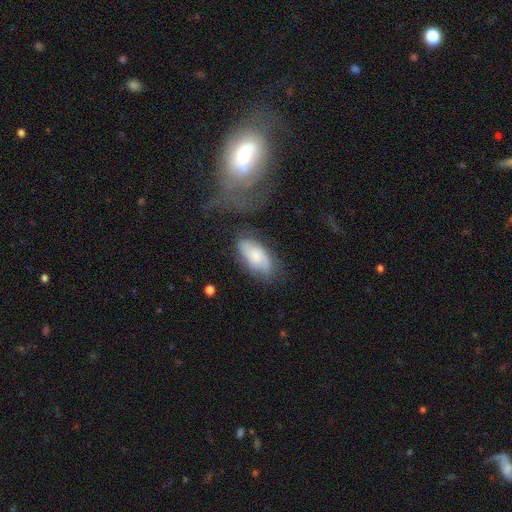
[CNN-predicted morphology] Smooth or featured: smooth — 52% (featured or disk — 40%)
How rounded: in between — 89% (cigar-shaped — 7%)
Merging: none — 65% (minor disturbance — 21%)